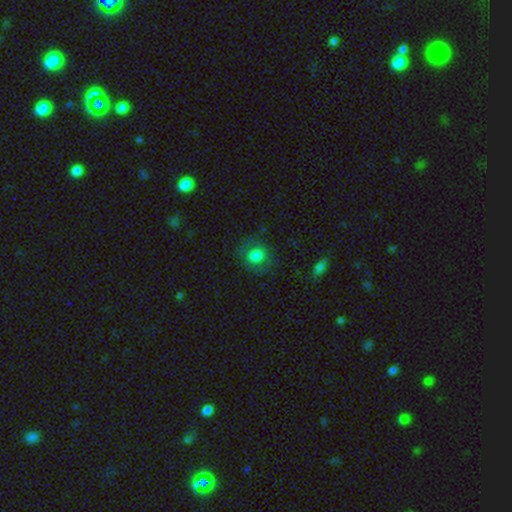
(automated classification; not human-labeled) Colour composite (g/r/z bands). It shows a smooth galaxy with no disk features (74%) that is round (78%). Merging: none (74%).